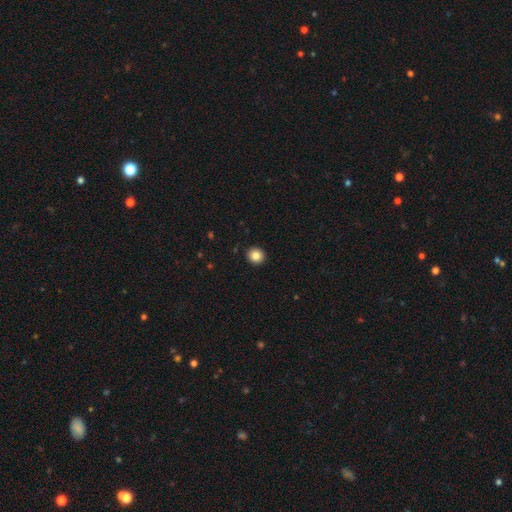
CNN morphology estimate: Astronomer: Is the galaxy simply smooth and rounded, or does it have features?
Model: smooth — 85%.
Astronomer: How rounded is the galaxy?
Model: round — 91%.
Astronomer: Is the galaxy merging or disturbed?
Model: none — 93%.